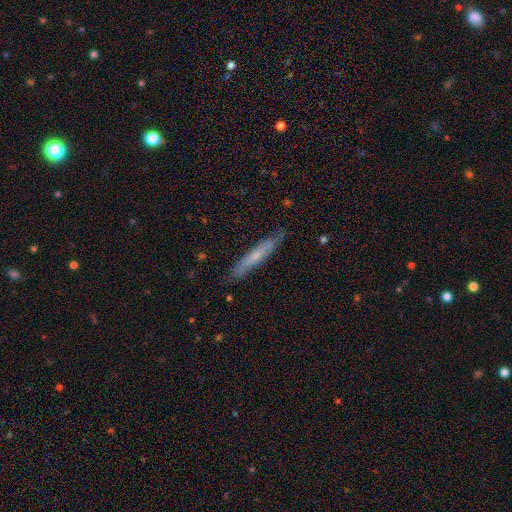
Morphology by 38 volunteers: Smooth or featured: featured or disk — 53% (smooth — 39%)
Edge-on disk: yes — 85% (no — 15%)
Edge-on bulge: rounded — 59% (none — 24%)
Merging: none — 83% (minor disturbance — 9%)